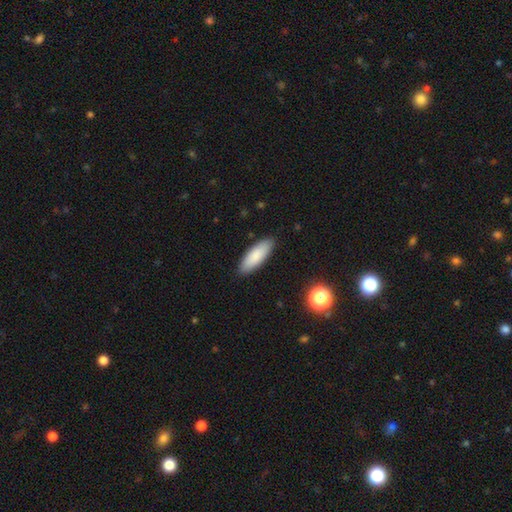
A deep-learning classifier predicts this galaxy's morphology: Smooth or featured? smooth (86%)
How rounded? in between (64%)
Merging? none (88%)